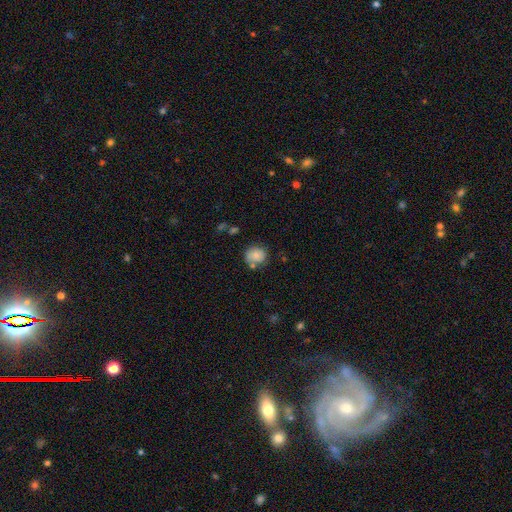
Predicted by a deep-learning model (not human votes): Smooth or featured? Predicted: smooth (p=0.82). How rounded? Predicted: round (p=0.76). Merging? Predicted: none (p=0.68).